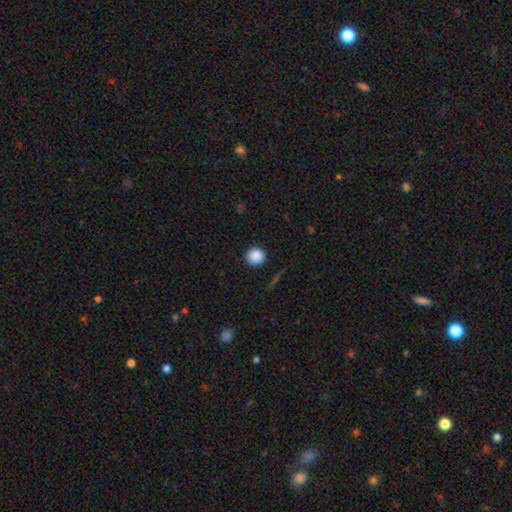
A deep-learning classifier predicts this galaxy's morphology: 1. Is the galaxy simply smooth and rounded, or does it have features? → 88% smooth, 9% star or artifact, 3% featured or disk.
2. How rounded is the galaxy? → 90% round, 9% in between, 1% cigar-shaped.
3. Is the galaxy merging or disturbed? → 90% none, 7% minor disturbance, 2% major disturbance, 1% merger.